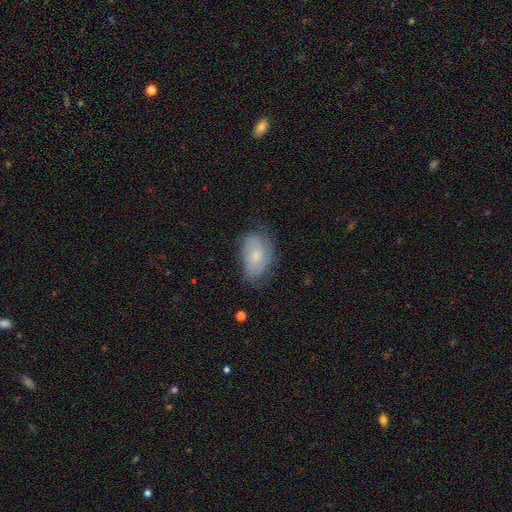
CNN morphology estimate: A smooth galaxy with no disk features (62%) that is in between round and cigar-shaped (86%).

Vote fractions:
- Smooth or featured? smooth: 62% / featured or disk: 30% / star or artifact: 8%
- How rounded? in between: 86% / round: 12% / cigar-shaped: 2%
- Merging? none: 60% / minor disturbance: 29% / major disturbance: 9% / merger: 1%